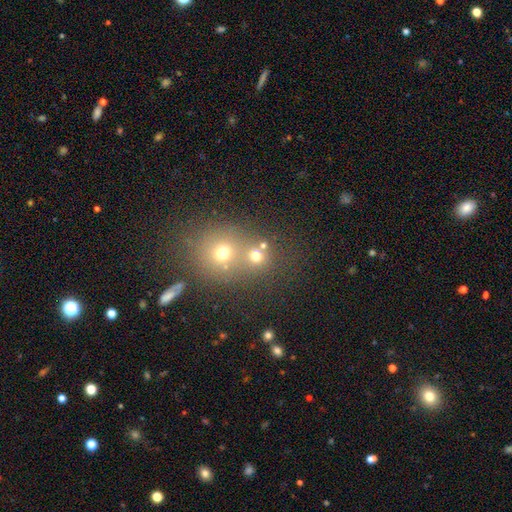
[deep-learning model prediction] Smooth or featured?
  - smooth: 68% *
  - star or artifact: 20%
  - featured or disk: 11%
How rounded?
  - round: 84% *
  - in between: 15%
  - cigar-shaped: 1%
Merging?
  - none: 51% *
  - merger: 39%
  - minor disturbance: 7%
  - major disturbance: 4%